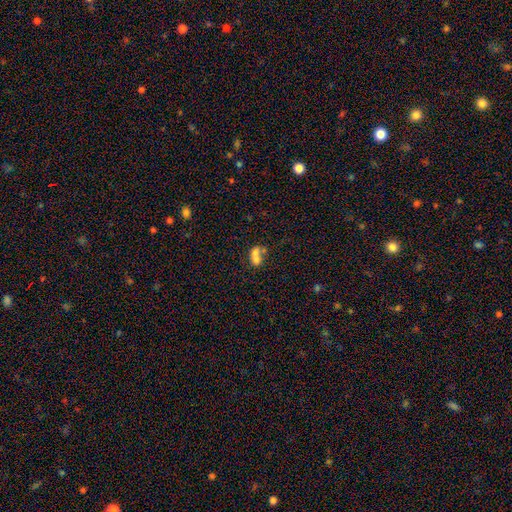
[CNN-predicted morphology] A smooth galaxy with no disk features (65%) that is in between round and cigar-shaped (60%). Merging: merger (69%).